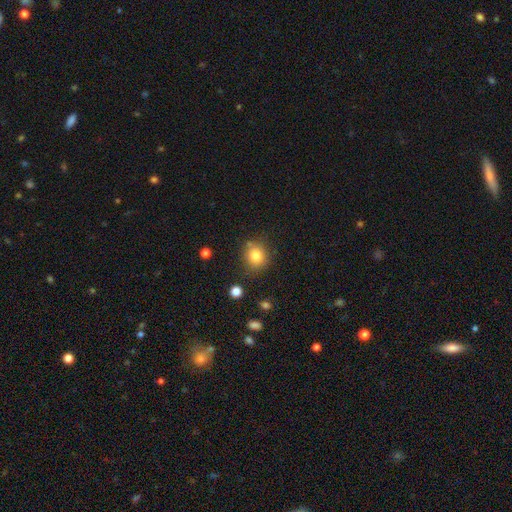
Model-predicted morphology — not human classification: A smooth galaxy with no disk features (81%) that is round (84%). Merging: none (80%).